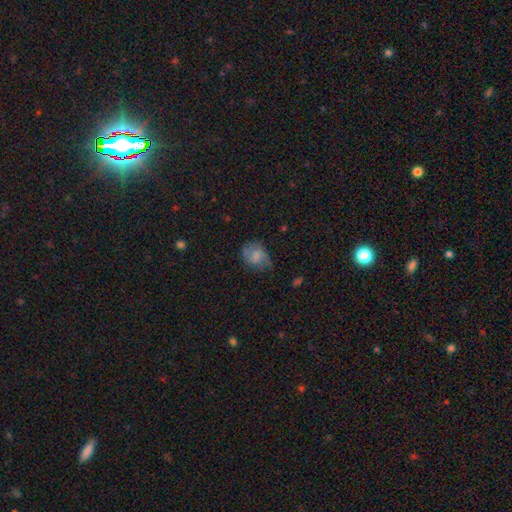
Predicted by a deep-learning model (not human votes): Q: Smooth or featured?
A: smooth (59%); runner-up: featured or disk (31%)
Q: How rounded?
A: in between (63%); runner-up: round (35%)
Q: Merging?
A: none (52%); runner-up: minor disturbance (30%)